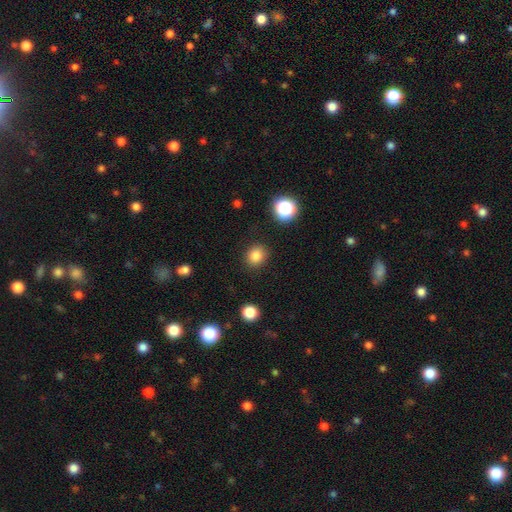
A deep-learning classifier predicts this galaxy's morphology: smooth-or-featured: smooth: 83% | star or artifact: 12% | featured or disk: 5%
  how-rounded: round: 76% | in between: 23% | cigar-shaped: 1%
  merging: none: 88% | minor disturbance: 7% | major disturbance: 3% | merger: 2%